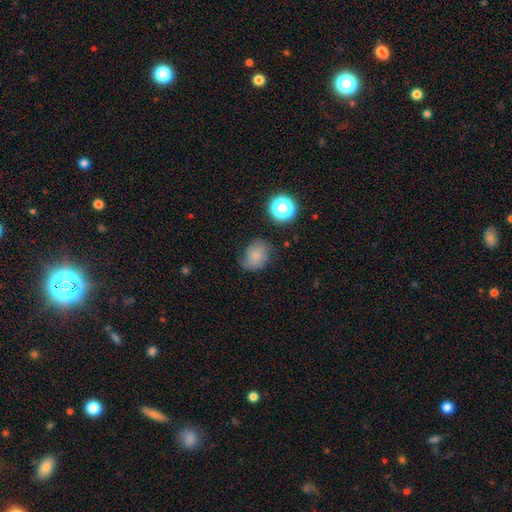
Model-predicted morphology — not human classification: A smooth galaxy with no disk features (71%) that is round (52%).

Vote fractions:
- Smooth or featured? smooth: 71% / featured or disk: 16% / star or artifact: 13%
- How rounded? round: 52% / in between: 47% / cigar-shaped: 1%
- Merging? none: 57% / minor disturbance: 30% / major disturbance: 10% / merger: 2%